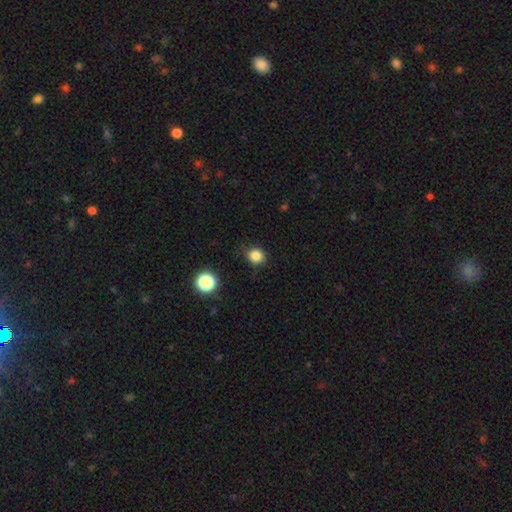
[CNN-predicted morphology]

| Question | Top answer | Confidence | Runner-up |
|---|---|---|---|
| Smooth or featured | smooth | 84% | star or artifact (13%) |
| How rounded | round | 77% | in between (22%) |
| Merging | none | 83% | minor disturbance (12%) |